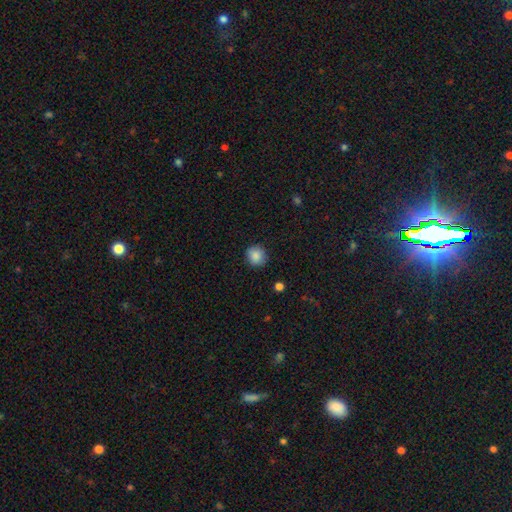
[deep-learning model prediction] Smooth or featured? smooth (87%)
How rounded? round (89%)
Merging? none (89%)